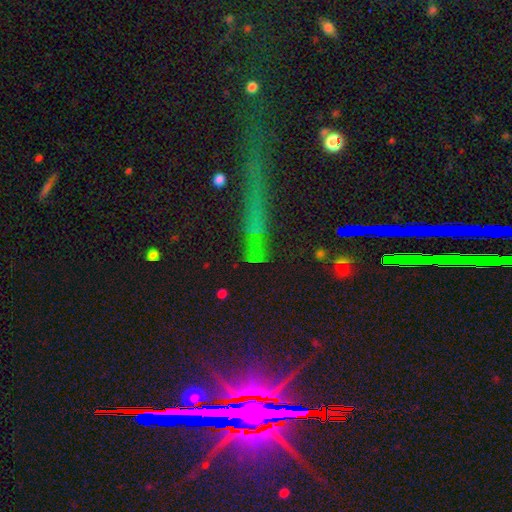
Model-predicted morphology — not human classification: smooth_or_featured: star or artifact (p=0.60) [alt: smooth p=0.26]